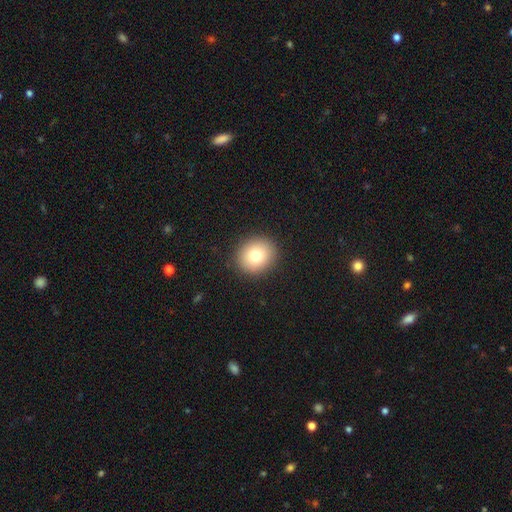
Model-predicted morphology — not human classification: A smooth galaxy with no disk features (79%) that is round (79%). Merging: none (91%).